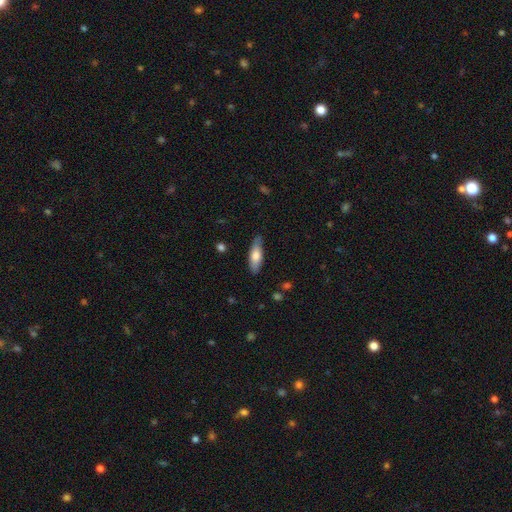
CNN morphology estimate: This appears to be a smooth galaxy with no disk features (69%) that is in between round and cigar-shaped (52%). Merging: none (82%).